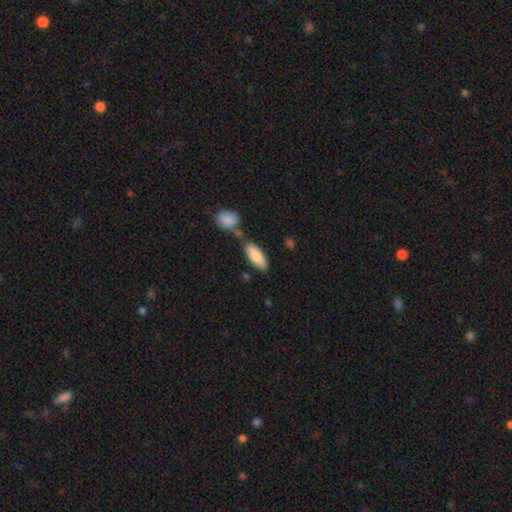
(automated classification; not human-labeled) A smooth galaxy with no disk features (84%) that is in between round and cigar-shaped (80%).

Vote fractions:
- Smooth or featured? smooth: 84% / featured or disk: 11% / star or artifact: 6%
- How rounded? in between: 80% / cigar-shaped: 18% / round: 2%
- Merging? none: 63% / merger: 20% / minor disturbance: 14% / major disturbance: 4%